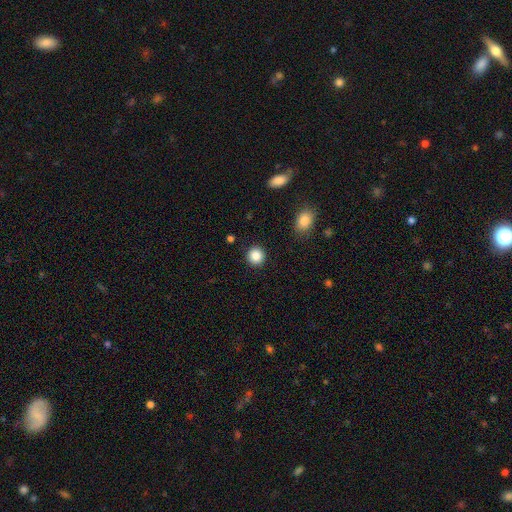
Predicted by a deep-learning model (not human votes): smooth 86%, star or artifact 10%, featured or disk 4%. Down the decision tree: how rounded — round (92%); merging — none (91%).